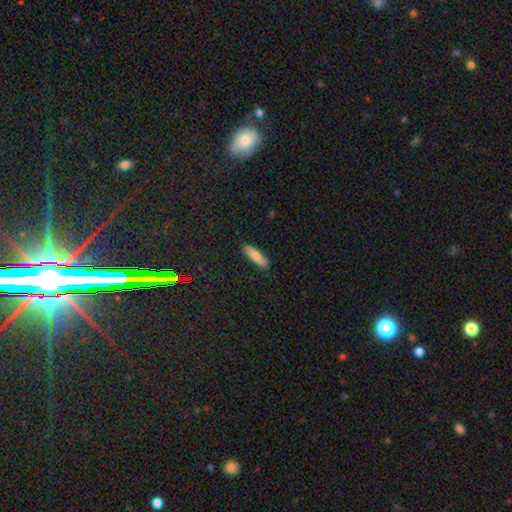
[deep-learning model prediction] The model was most divided on "how rounded": cigar-shaped: 67%, in between: 31%, round: 2%. More confident: merging — none (89%); smooth or featured — smooth (77%).